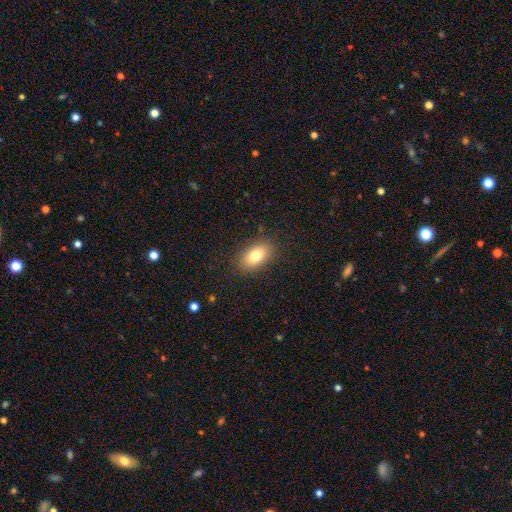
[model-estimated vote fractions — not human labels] Morphology: type=smooth (79%); roundness=in between (89%); merging=none (87%).